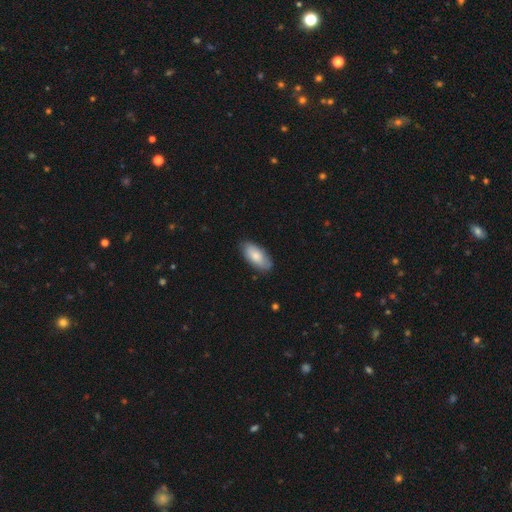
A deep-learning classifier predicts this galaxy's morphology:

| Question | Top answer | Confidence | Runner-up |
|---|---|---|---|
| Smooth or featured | smooth | 80% | featured or disk (15%) |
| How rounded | in between | 90% | cigar-shaped (8%) |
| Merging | none | 81% | minor disturbance (15%) |